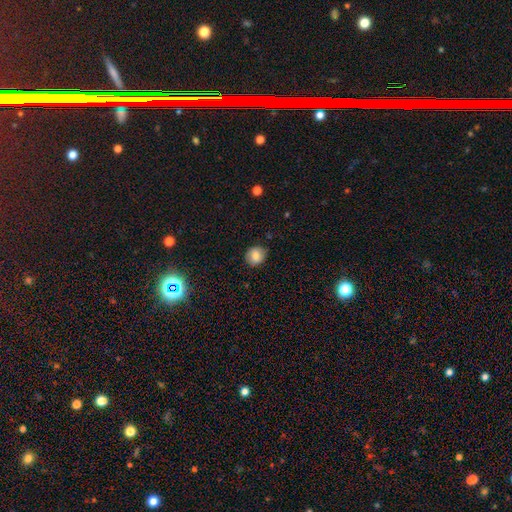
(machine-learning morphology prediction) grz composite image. It shows a smooth galaxy with no disk features (81%) that is round (80%). Merging: none (83%).